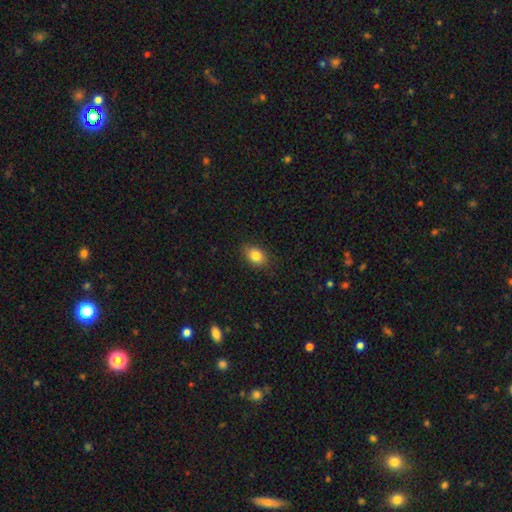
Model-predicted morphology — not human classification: smooth 84%, star or artifact 9%, featured or disk 7%. Down the decision tree: how rounded — in between (75%); merging — none (84%).